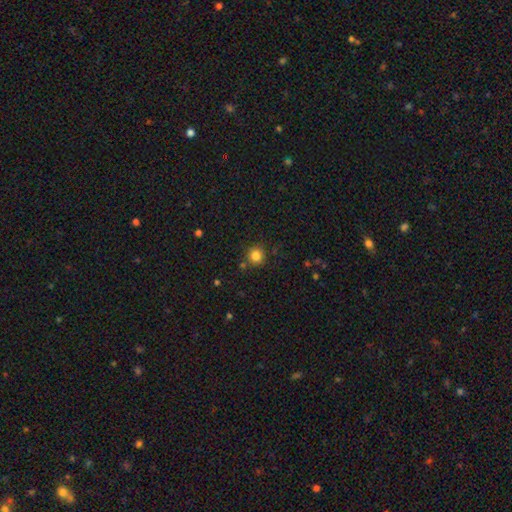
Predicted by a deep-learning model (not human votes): This appears to be a smooth galaxy with no disk features (83%) that is round (92%). Merging: none (83%).